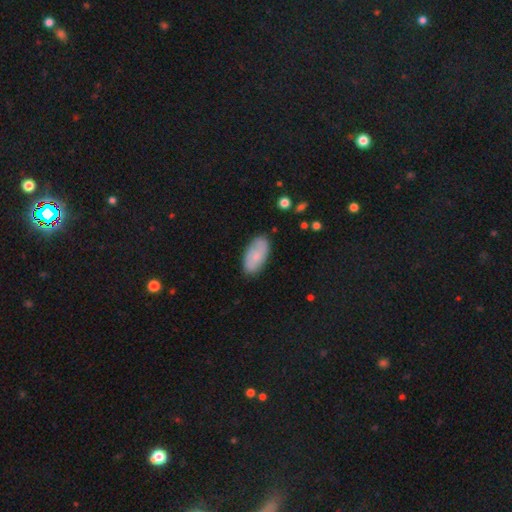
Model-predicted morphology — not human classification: The model was most divided on "smooth or featured": smooth: 69%, featured or disk: 24%, star or artifact: 6%. More confident: how rounded — in between (93%); merging — none (82%).